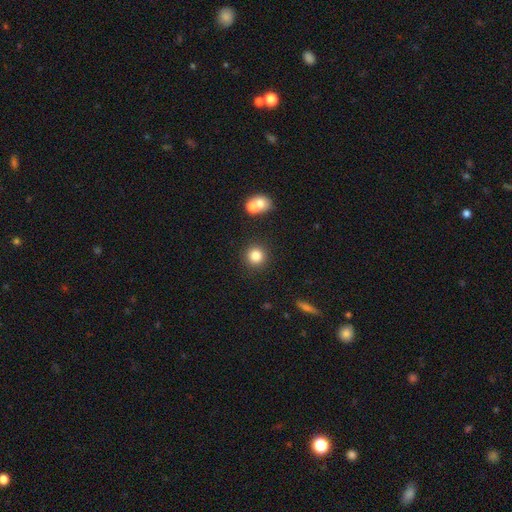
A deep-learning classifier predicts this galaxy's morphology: smooth 83%, star or artifact 11%, featured or disk 6%. Down the decision tree: how rounded — round (93%); merging — none (86%).